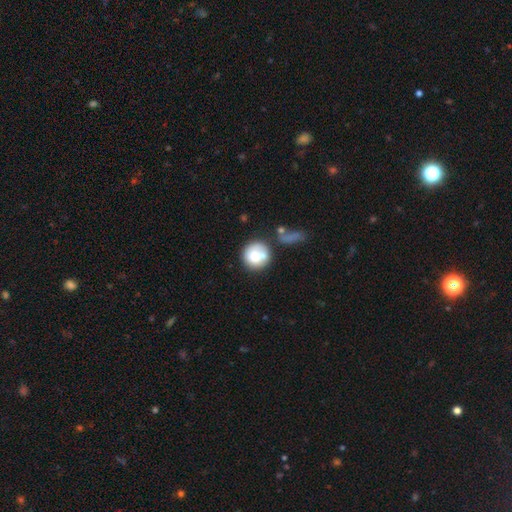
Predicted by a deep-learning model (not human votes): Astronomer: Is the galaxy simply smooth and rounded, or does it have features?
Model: smooth — 73%.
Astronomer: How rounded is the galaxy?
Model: round — 89%.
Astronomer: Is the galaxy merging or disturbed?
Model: none — 49%.